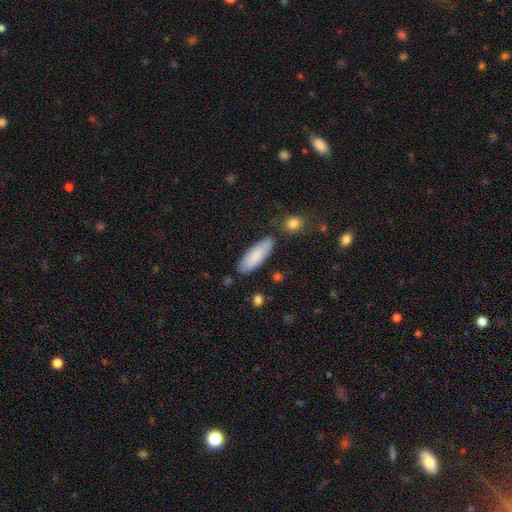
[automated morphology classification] Overall: smooth (84%). How rounded: in between (59%; cigar-shaped 40%). Merging: none (79%).